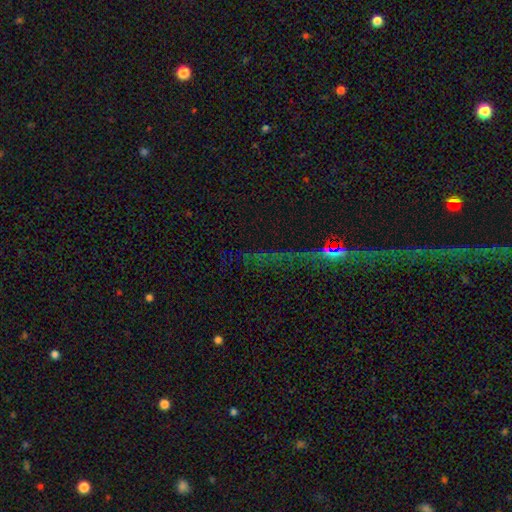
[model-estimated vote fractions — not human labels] Smooth or featured? Predicted: star or artifact (p=0.65).